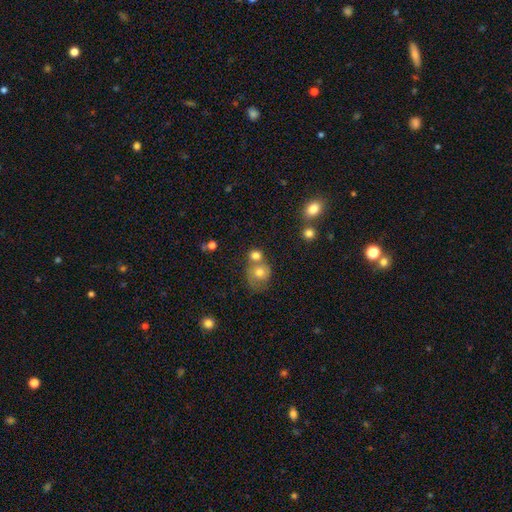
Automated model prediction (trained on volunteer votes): This is likely a smooth galaxy (75%). How rounded: likely round (77%). Merging: marginally none (44%).